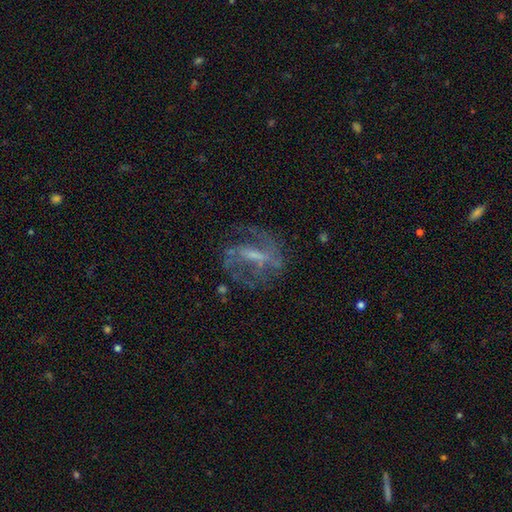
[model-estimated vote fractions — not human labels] smooth_or_featured: featured or disk (p=0.76) [alt: smooth p=0.14]
disk_edge_on: no (p=0.93) [alt: yes p=0.07]
bar: strong (p=0.44) [alt: weak p=0.38]
has_spiral_arms: yes (p=0.75) [alt: no p=0.25]
spiral_winding: medium (p=0.46) [alt: loose p=0.30]
spiral_arm_count: 2 (p=0.60) [alt: can't tell p=0.22]
bulge_size: small (p=0.37) [alt: none p=0.31]
merging: none (p=0.59) [alt: major disturbance p=0.21]